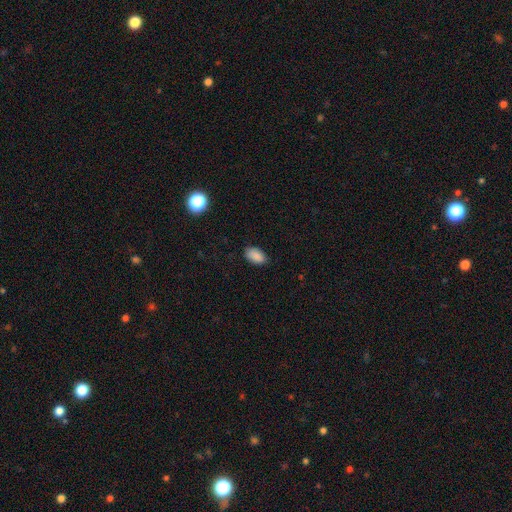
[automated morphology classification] Smooth or featured? smooth (89%)
How rounded? in between (94%)
Merging? none (85%)